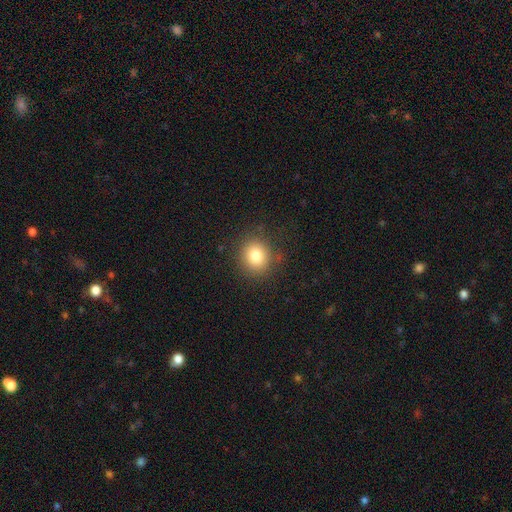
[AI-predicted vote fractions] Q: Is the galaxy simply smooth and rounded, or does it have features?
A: smooth — 80%.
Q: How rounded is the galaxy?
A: round — 81%.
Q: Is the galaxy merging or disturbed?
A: none — 85%.